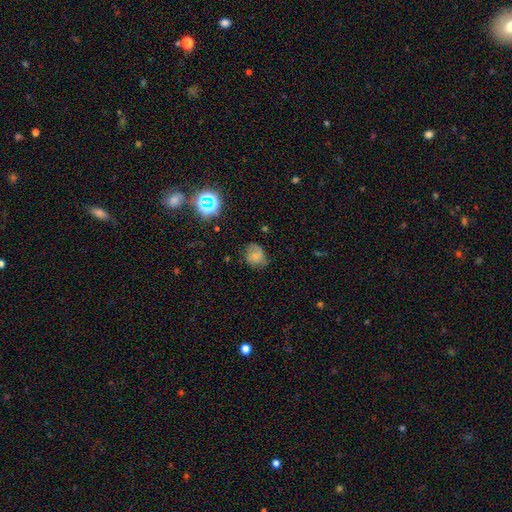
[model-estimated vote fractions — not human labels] smooth 64%, featured or disk 20%, star or artifact 16%. Down the decision tree: how rounded — round (63%); merging — none (61%).